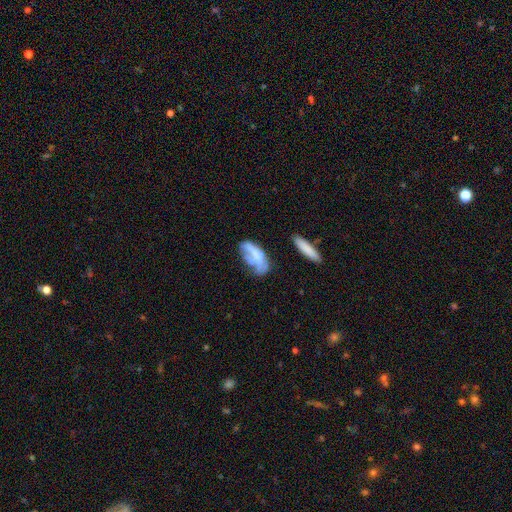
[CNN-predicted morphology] Smooth or featured? smooth (53%)
How rounded? in between (82%)
Merging? none (38%)